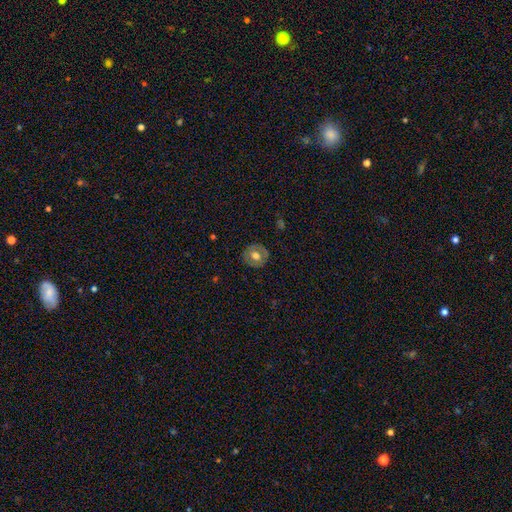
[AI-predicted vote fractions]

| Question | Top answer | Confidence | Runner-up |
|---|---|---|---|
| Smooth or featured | smooth | 56% | featured or disk (37%) |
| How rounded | round | 87% | in between (12%) |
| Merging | none | 85% | minor disturbance (11%) |